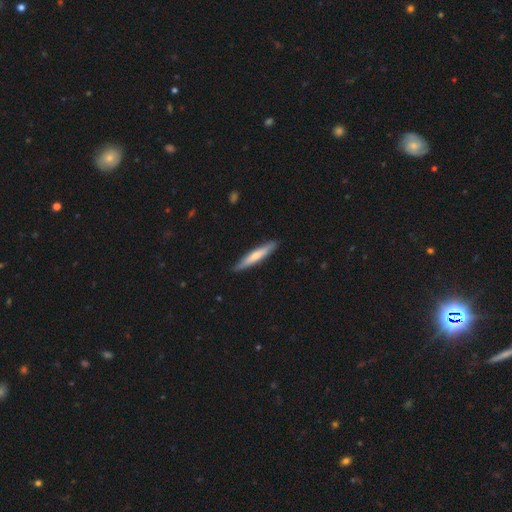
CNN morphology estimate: Smooth or featured?
  - smooth: 60% *
  - featured or disk: 35%
  - star or artifact: 5%
How rounded?
  - cigar-shaped: 92% *
  - in between: 7%
  - round: 1%
Merging?
  - none: 88% *
  - minor disturbance: 9%
  - major disturbance: 2%
  - merger: 1%